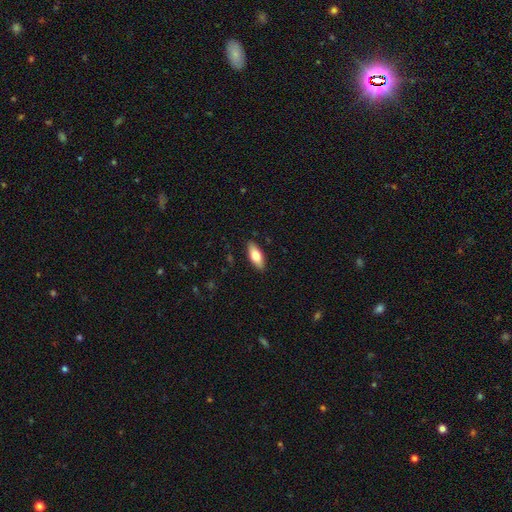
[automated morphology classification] Smooth or featured?
  - smooth: 75% *
  - featured or disk: 19%
  - star or artifact: 6%
How rounded?
  - in between: 77% *
  - cigar-shaped: 21%
  - round: 2%
Merging?
  - none: 89% *
  - minor disturbance: 9%
  - major disturbance: 2%
  - merger: 1%